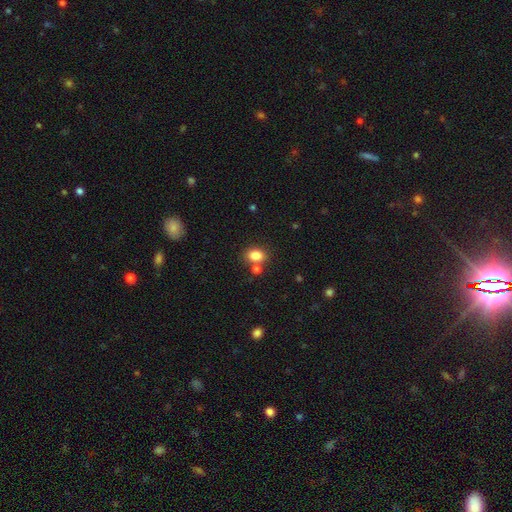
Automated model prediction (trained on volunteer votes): Smooth or featured: smooth — 83% (star or artifact — 11%)
How rounded: in between — 62% (round — 37%)
Merging: none — 67% (merger — 19%)